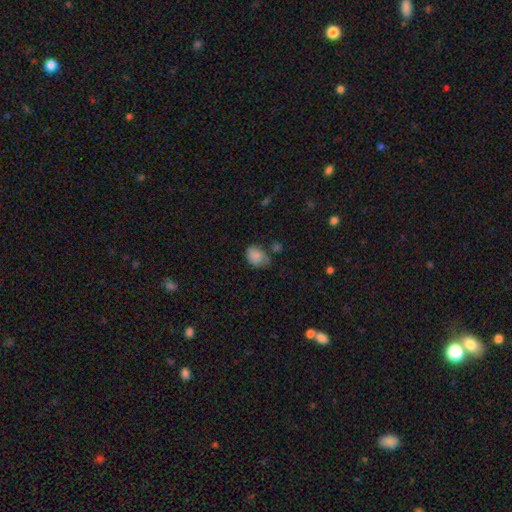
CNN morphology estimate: type=smooth (83%); roundness=in between (76%); merging=none (50%).